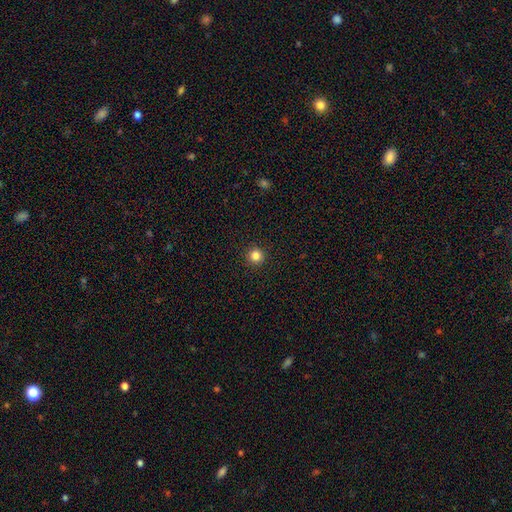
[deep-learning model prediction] Smooth or featured?
  - smooth: 84% *
  - star or artifact: 12%
  - featured or disk: 4%
How rounded?
  - round: 96% *
  - in between: 3%
  - cigar-shaped: 1%
Merging?
  - none: 93% *
  - minor disturbance: 4%
  - major disturbance: 2%
  - merger: 1%